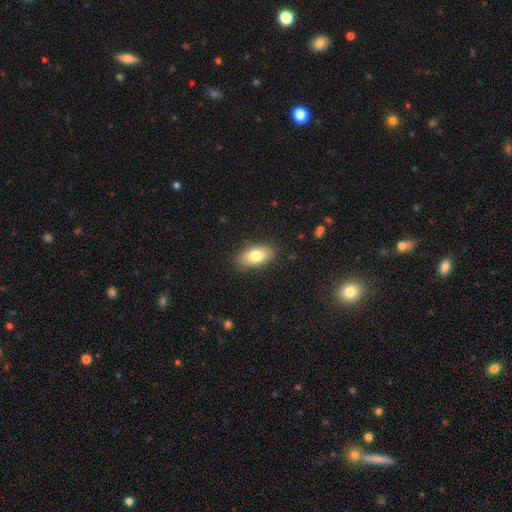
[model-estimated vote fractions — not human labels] The model was most divided on "smooth or featured": smooth: 78%, featured or disk: 14%, star or artifact: 7%. More confident: how rounded — in between (91%); merging — none (87%).